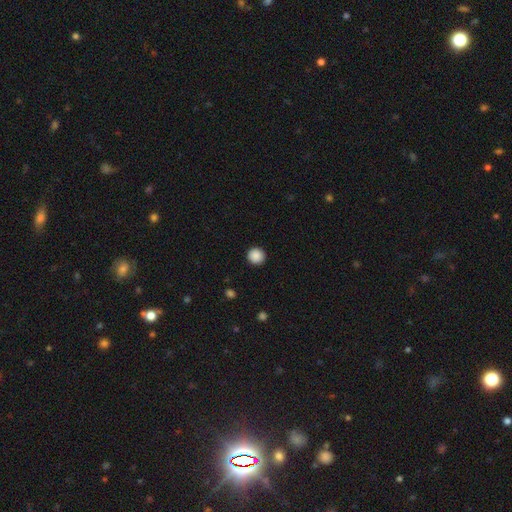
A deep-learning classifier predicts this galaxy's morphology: type=smooth (89%); roundness=round (94%); merging=none (93%).